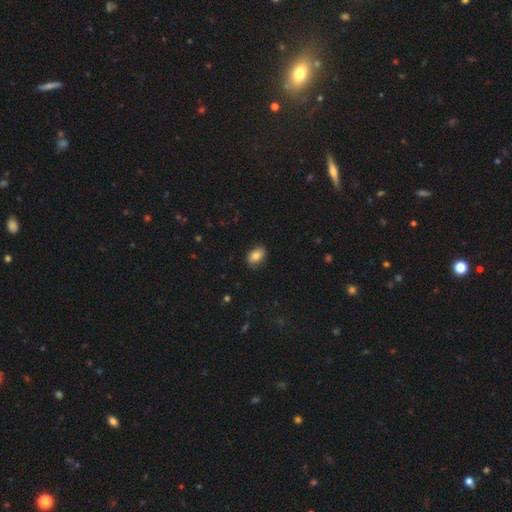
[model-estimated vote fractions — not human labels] A smooth galaxy with no disk features (83%) that is in between round and cigar-shaped (85%).

Vote fractions:
- Smooth or featured? smooth: 83% / featured or disk: 8% / star or artifact: 8%
- How rounded? in between: 85% / round: 14% / cigar-shaped: 1%
- Merging? none: 86% / minor disturbance: 11% / major disturbance: 2% / merger: 1%